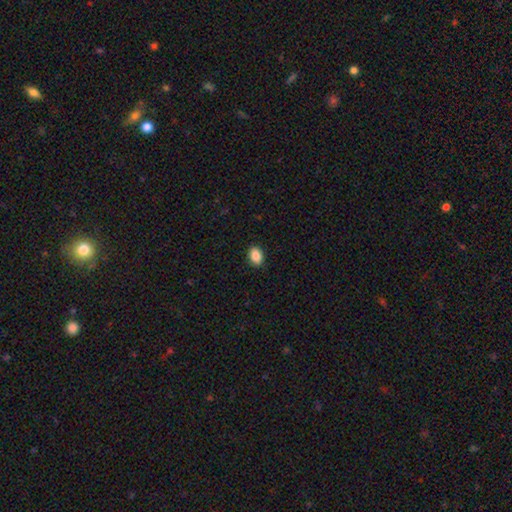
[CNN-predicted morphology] Q: Smooth or featured?
A: smooth (89%); runner-up: star or artifact (8%)
Q: How rounded?
A: in between (80%); runner-up: round (19%)
Q: Merging?
A: none (90%); runner-up: minor disturbance (7%)